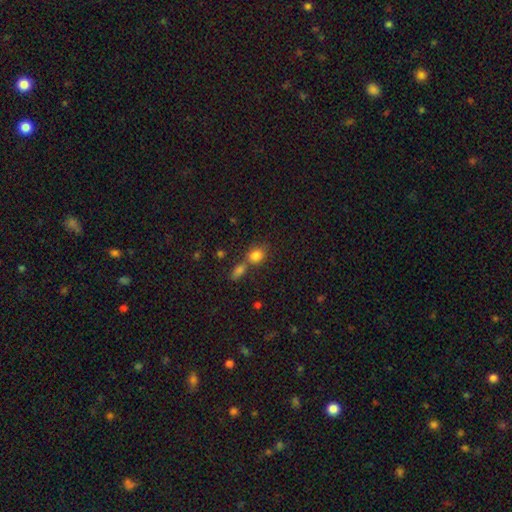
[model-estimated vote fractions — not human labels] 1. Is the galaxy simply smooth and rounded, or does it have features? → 82% smooth, 11% star or artifact, 7% featured or disk.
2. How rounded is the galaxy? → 52% round, 46% in between, 2% cigar-shaped.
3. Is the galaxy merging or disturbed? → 48% none, 37% merger, 11% minor disturbance, 5% major disturbance.